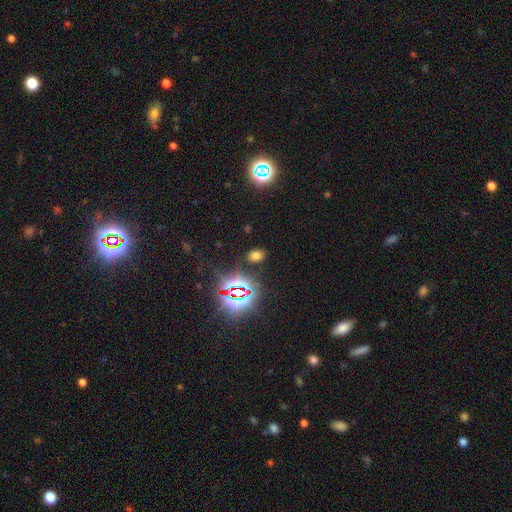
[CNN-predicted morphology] This is possibly a smooth galaxy (57%). How rounded: likely in between (74%). Merging: clearly none (85%).